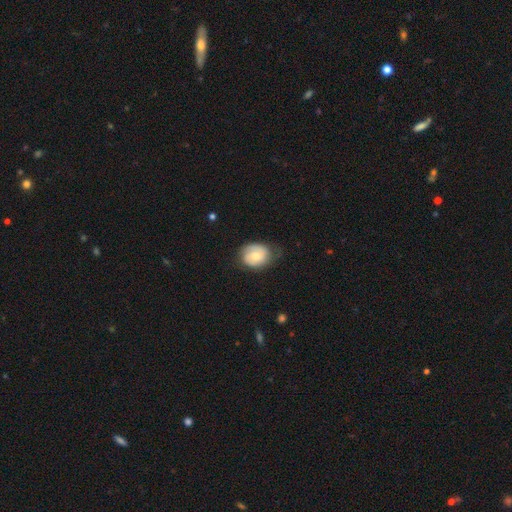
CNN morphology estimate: This appears to be a smooth galaxy with no disk features (50%) that is in between round and cigar-shaped (53%). Merging: none (59%).